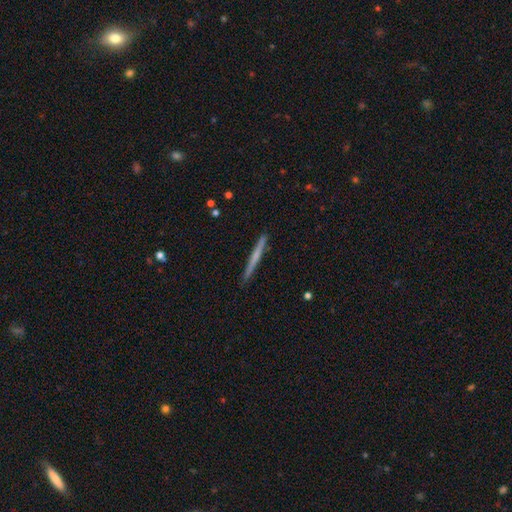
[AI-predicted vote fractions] Smooth or featured: featured or disk — 48% (smooth — 46%)
Merging: none — 91% (minor disturbance — 7%)